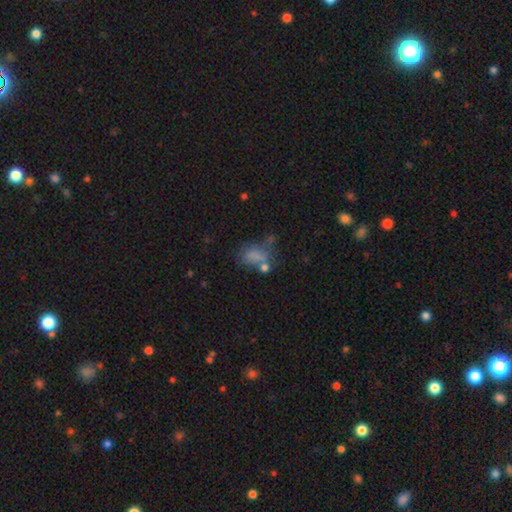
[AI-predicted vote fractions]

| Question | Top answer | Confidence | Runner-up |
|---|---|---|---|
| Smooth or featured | smooth | 69% | featured or disk (16%) |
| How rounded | in between | 78% | round (20%) |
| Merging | none | 33% | major disturbance (23%) |